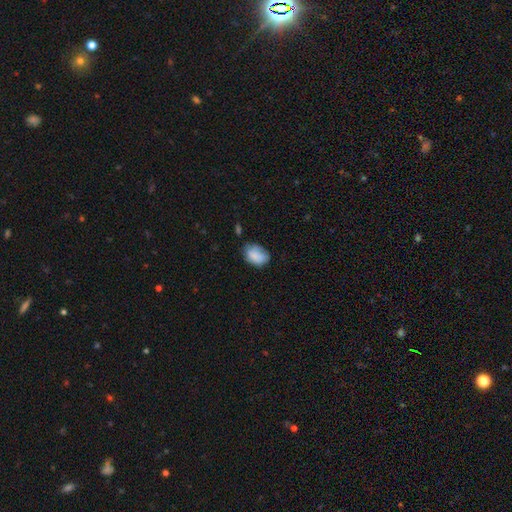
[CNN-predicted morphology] A smooth galaxy with no disk features (82%) that is in between round and cigar-shaped (75%). Merging: none (52%).